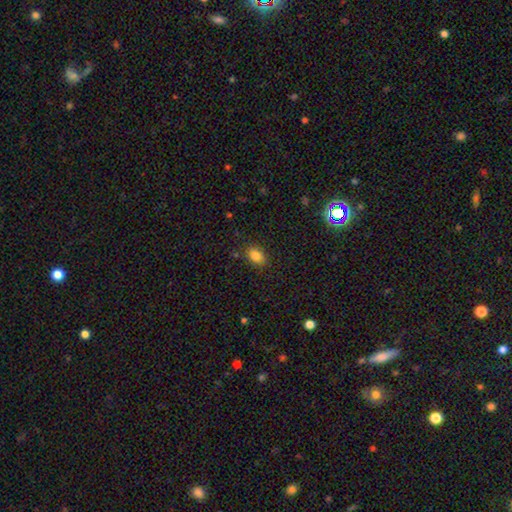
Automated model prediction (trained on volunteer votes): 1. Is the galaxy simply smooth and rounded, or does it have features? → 84% smooth, 11% star or artifact, 5% featured or disk.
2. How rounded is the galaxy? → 80% in between, 18% round, 2% cigar-shaped.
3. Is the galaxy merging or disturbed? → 84% none, 11% minor disturbance, 3% major disturbance, 2% merger.